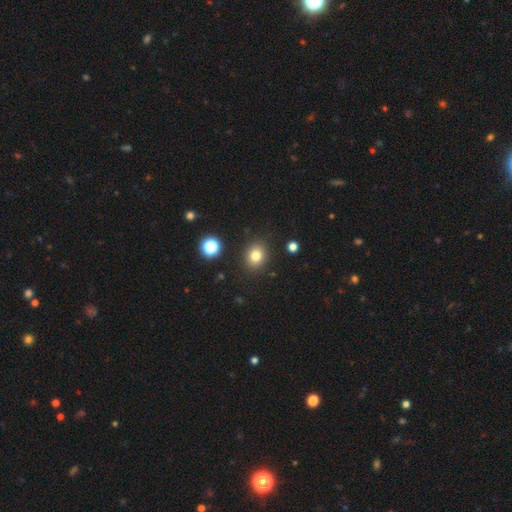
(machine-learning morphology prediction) This appears to be a smooth galaxy with no disk features (80%) that is round (64%). Merging: none (88%).